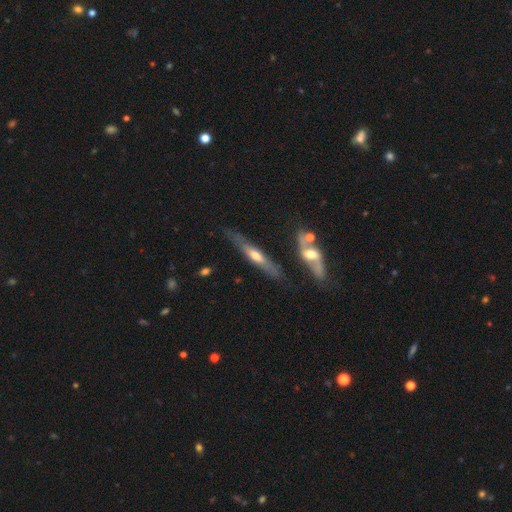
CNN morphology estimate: This appears to be a featured or disk galaxy (62%) viewed edge-on (85%) with a rounded central bulge (77%). Merging: none (73%).